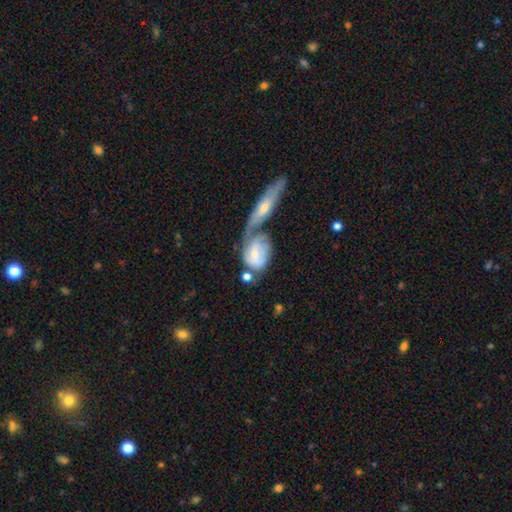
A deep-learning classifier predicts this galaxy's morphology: This appears to be a featured or disk galaxy (49%). Merging: merger (54%).